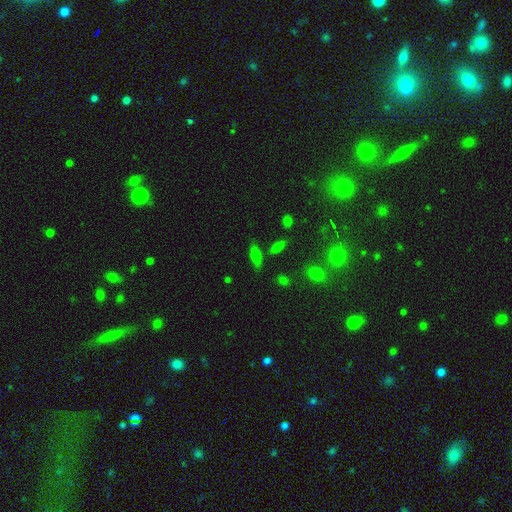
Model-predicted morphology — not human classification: A smooth galaxy with no disk features (57%) that is in between round and cigar-shaped (65%).

Vote fractions:
- Smooth or featured? smooth: 57% / featured or disk: 29% / star or artifact: 14%
- How rounded? in between: 65% / cigar-shaped: 29% / round: 5%
- Merging? none: 76% / minor disturbance: 13% / merger: 7% / major disturbance: 4%